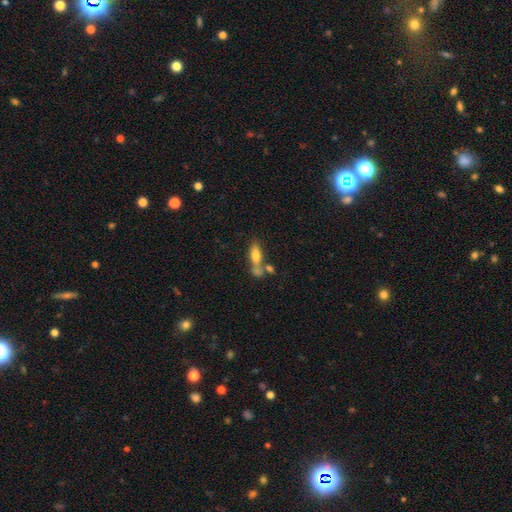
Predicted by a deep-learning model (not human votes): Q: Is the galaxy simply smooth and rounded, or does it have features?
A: smooth — 69%.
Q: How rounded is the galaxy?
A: in between — 71%.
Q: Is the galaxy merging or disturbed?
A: merger — 41%.